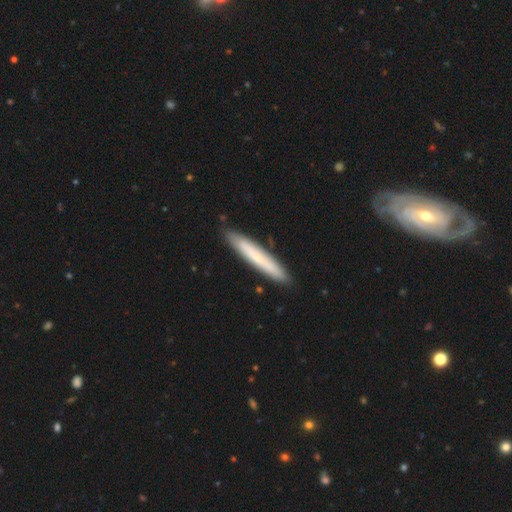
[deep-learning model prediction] Q: Smooth or featured?
A: smooth (62%); runner-up: featured or disk (32%)
Q: How rounded?
A: cigar-shaped (94%); runner-up: in between (5%)
Q: Merging?
A: none (88%); runner-up: minor disturbance (9%)